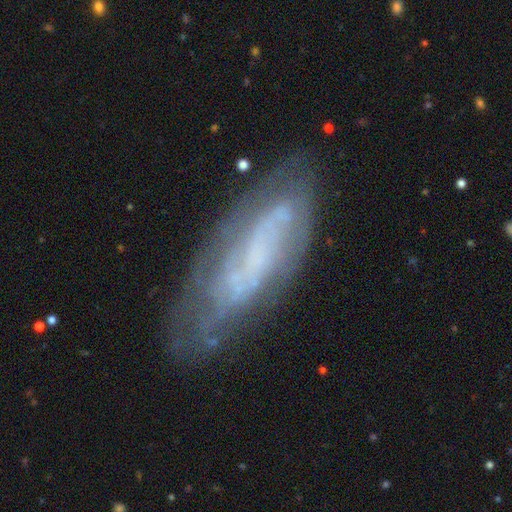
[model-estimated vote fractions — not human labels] Q: Smooth or featured?
A: featured or disk (66%); runner-up: smooth (25%)
Q: Edge-on disk?
A: no (84%); runner-up: yes (16%)
Q: Bar?
A: no (62%); runner-up: weak (26%)
Q: Spiral arms?
A: yes (68%); runner-up: no (32%)
Q: Bulge size?
A: none (62%); runner-up: small (24%)
Q: Merging?
A: none (65%); runner-up: minor disturbance (22%)